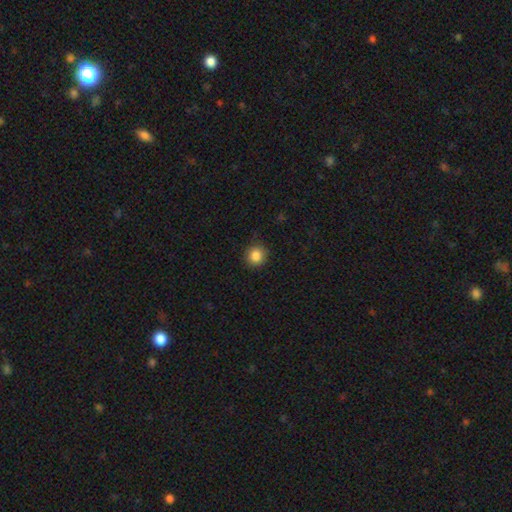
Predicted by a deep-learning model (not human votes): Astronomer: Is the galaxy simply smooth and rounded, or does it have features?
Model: smooth — 86%.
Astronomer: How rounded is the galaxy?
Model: round — 90%.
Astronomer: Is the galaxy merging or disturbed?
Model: none — 89%.